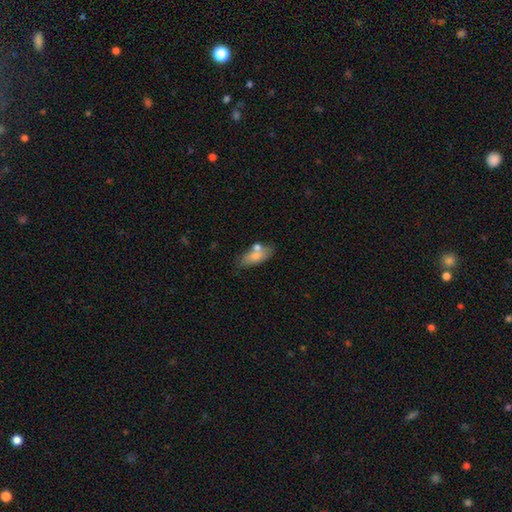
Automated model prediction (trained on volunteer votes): This is likely a smooth galaxy (75%). How rounded: likely in between (79%). Merging: possibly none (59%).